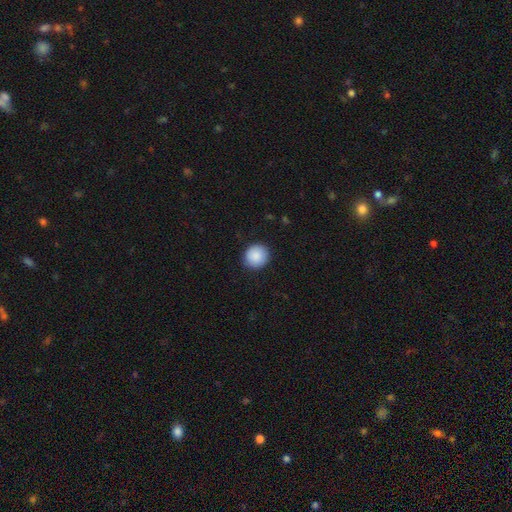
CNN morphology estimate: This appears to be a smooth galaxy with no disk features (89%) that is round (91%). Merging: none (90%).